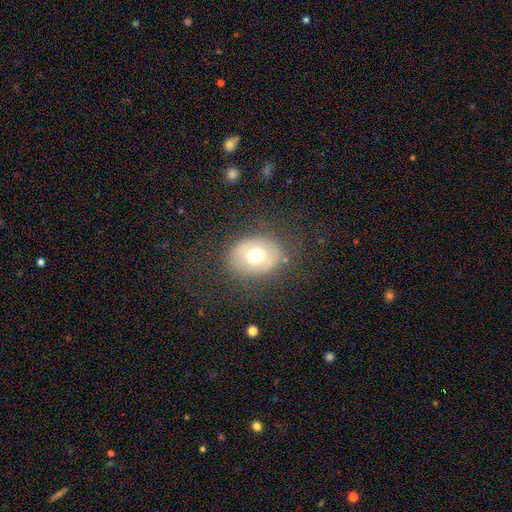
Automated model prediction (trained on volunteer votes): Overall: smooth (60%; featured or disk 29%). How rounded: in between (59%; round 40%). Merging: none (78%).